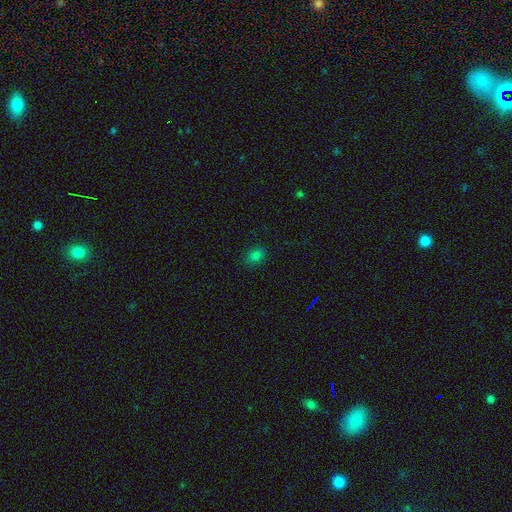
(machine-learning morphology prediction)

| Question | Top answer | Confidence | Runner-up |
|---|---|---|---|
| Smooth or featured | smooth | 79% | star or artifact (16%) |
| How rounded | in between | 62% | round (37%) |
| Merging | none | 86% | minor disturbance (11%) |